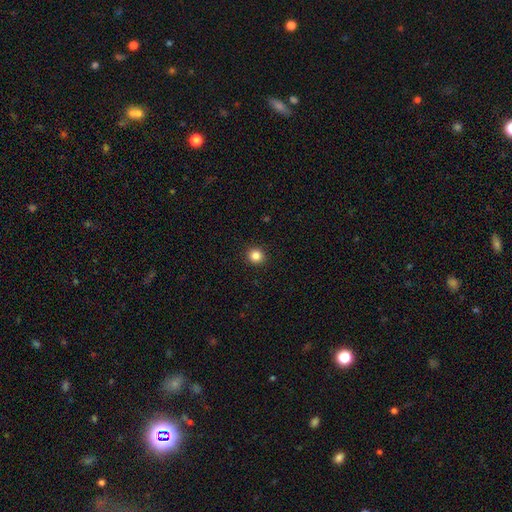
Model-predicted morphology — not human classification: Smooth or featured: smooth — 85% (star or artifact — 12%)
How rounded: round — 92% (in between — 7%)
Merging: none — 93% (minor disturbance — 5%)